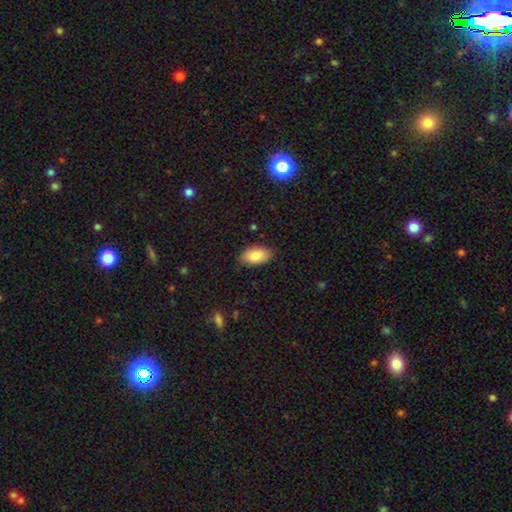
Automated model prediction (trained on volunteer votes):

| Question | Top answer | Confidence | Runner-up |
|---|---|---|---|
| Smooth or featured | smooth | 87% | featured or disk (7%) |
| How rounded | in between | 94% | round (4%) |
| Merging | none | 83% | minor disturbance (14%) |